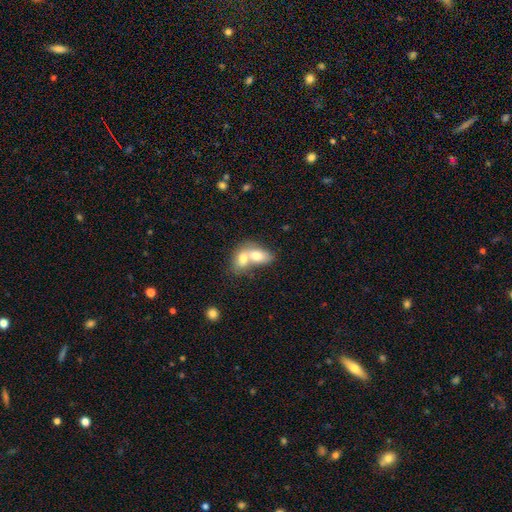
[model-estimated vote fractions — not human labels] smooth-or-featured: smooth: 72% | featured or disk: 21% | star or artifact: 7%
  how-rounded: in between: 81% | round: 16% | cigar-shaped: 3%
  merging: merger: 78% | none: 14% | minor disturbance: 5% | major disturbance: 3%